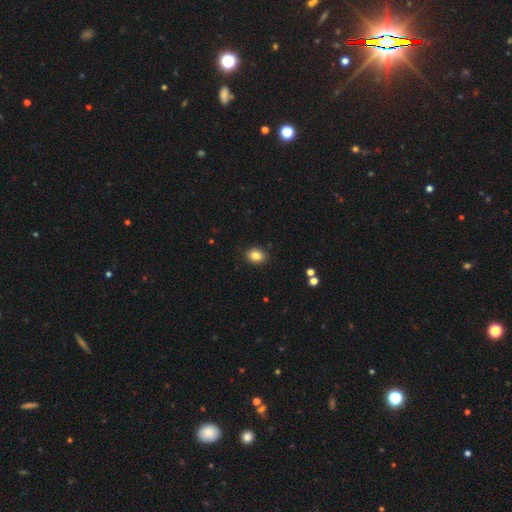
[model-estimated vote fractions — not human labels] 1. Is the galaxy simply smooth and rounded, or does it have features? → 84% smooth, 10% star or artifact, 6% featured or disk.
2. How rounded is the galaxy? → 57% in between, 42% round, 1% cigar-shaped.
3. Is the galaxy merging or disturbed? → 89% none, 8% minor disturbance, 2% major disturbance, 1% merger.